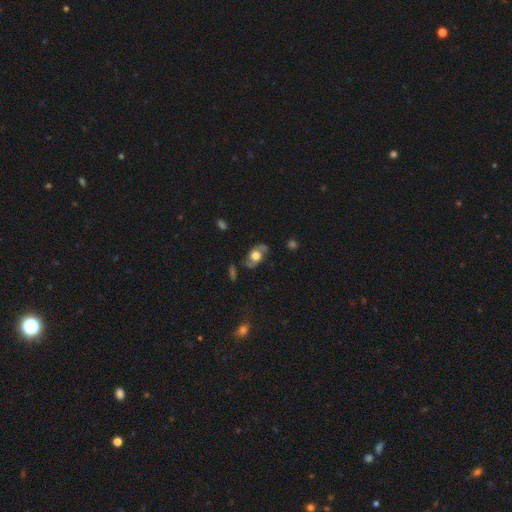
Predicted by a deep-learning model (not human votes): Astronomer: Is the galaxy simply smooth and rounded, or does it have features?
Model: featured or disk — 70%.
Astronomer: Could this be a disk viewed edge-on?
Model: no — 93%.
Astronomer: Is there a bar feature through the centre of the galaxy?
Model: no — 76%.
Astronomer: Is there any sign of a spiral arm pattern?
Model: yes — 81%.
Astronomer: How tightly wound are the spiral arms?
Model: medium — 43%, tied with loose at 43%.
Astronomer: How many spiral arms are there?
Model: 2 — 90%.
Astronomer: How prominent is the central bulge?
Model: large — 53% (runner-up: moderate, 35%).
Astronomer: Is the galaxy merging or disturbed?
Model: none — 74%.